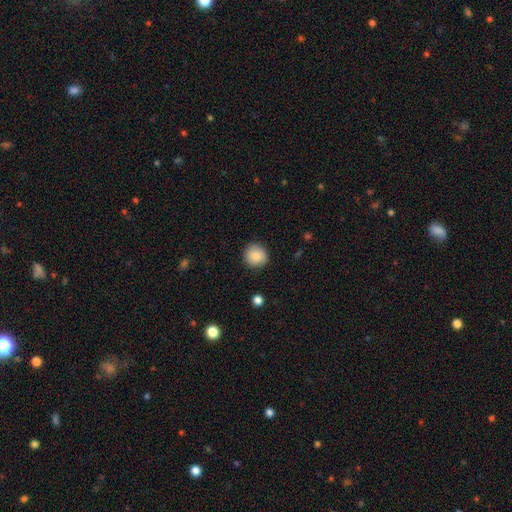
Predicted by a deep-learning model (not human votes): A smooth galaxy with no disk features (86%) that is round (92%).

Vote fractions:
- Smooth or featured? smooth: 86% / star or artifact: 8% / featured or disk: 6%
- How rounded? round: 92% / in between: 8% / cigar-shaped: 1%
- Merging? none: 89% / minor disturbance: 7% / major disturbance: 2% / merger: 1%